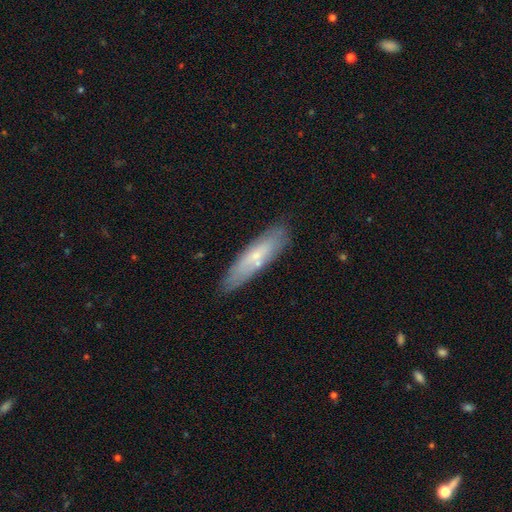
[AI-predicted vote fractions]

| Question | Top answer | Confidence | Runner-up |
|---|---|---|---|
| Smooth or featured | smooth | 54% | featured or disk (38%) |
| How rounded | cigar-shaped | 73% | in between (26%) |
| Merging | none | 82% | minor disturbance (13%) |